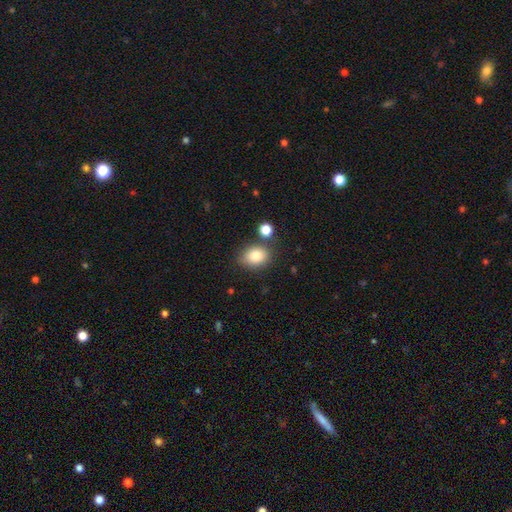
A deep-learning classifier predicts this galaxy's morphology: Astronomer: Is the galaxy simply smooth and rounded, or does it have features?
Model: smooth — 82%.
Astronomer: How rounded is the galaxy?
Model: in between — 61% (runner-up: round, 38%).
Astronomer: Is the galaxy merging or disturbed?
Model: none — 74%.